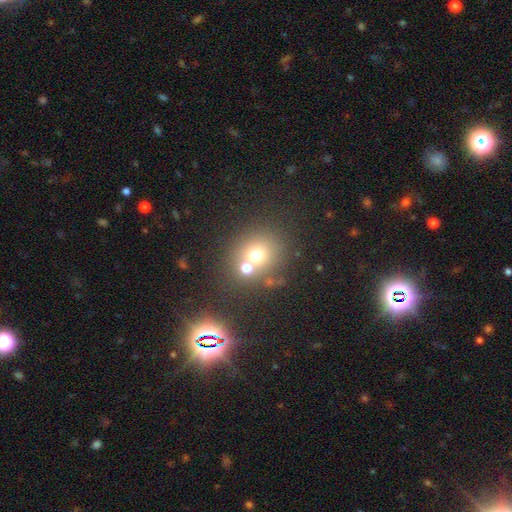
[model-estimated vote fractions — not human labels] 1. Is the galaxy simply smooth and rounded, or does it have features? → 66% smooth, 19% star or artifact, 15% featured or disk.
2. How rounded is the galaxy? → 80% round, 19% in between, 1% cigar-shaped.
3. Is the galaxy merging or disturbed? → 52% none, 35% merger, 8% minor disturbance, 4% major disturbance.